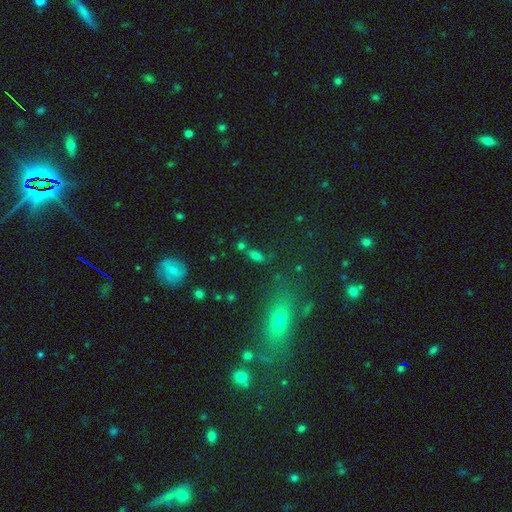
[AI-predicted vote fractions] Smooth or featured?
  - smooth: 68% *
  - star or artifact: 21%
  - featured or disk: 11%
How rounded?
  - in between: 81% *
  - round: 10%
  - cigar-shaped: 9%
Merging?
  - none: 56% *
  - merger: 20%
  - minor disturbance: 16%
  - major disturbance: 9%